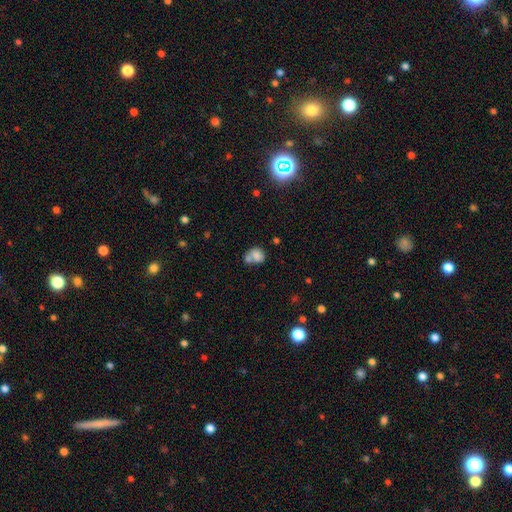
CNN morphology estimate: Smooth or featured? smooth (75%)
How rounded? round (55%)
Merging? merger (50%)